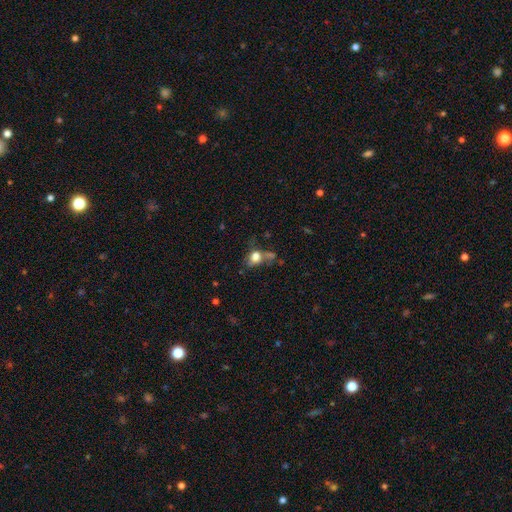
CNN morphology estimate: smooth 69%, featured or disk 18%, star or artifact 13%. Down the decision tree: how rounded — in between (52%); merging — none (38%).